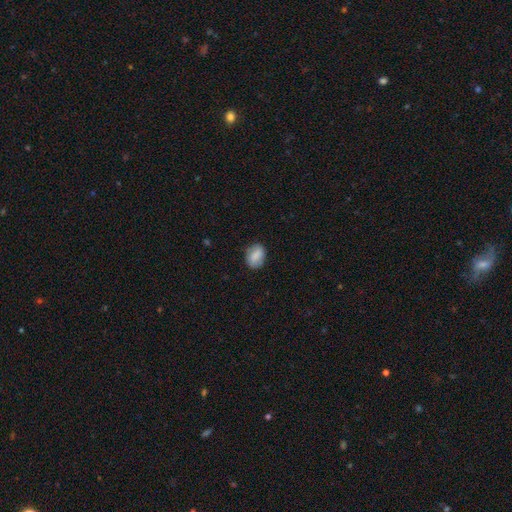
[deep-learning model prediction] Morphology: type=smooth (76%); roundness=in between (69%); merging=none (78%).